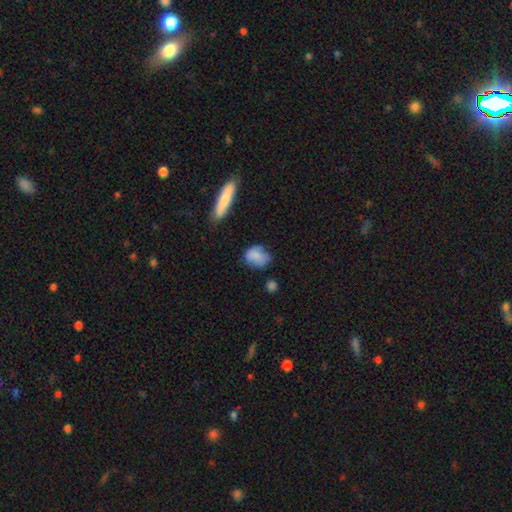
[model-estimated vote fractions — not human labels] Overall: smooth (75%). How rounded: in between (62%; round 35%). Merging: none (55%; minor disturbance 31%).